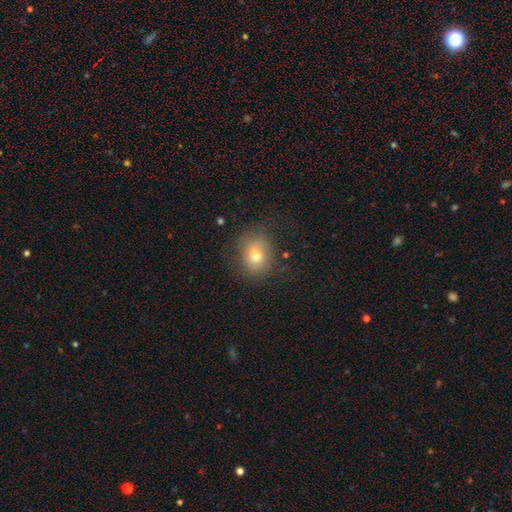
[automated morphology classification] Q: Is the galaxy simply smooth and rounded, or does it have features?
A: smooth — 74%.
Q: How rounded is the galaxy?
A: round — 61%.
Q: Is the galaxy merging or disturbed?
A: none — 71%.